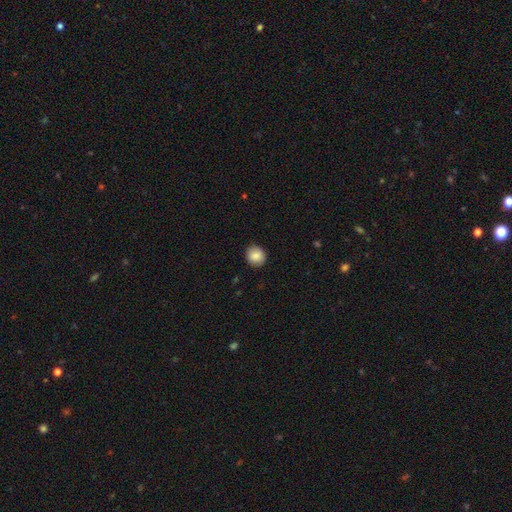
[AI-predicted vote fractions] A smooth galaxy with no disk features (86%) that is round (85%). Merging: none (89%).